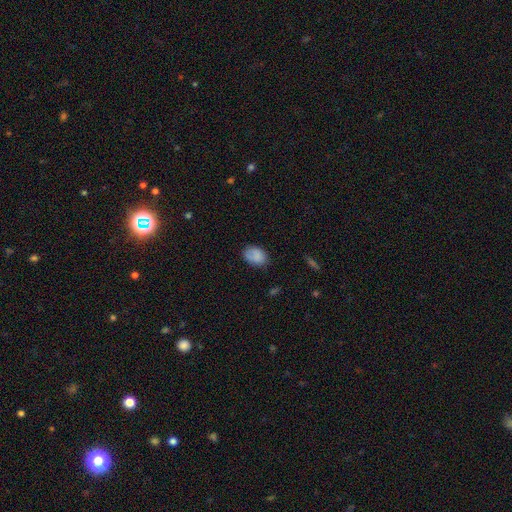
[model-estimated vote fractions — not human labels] Morphology: type=smooth (84%); roundness=in between (80%); merging=none (73%).